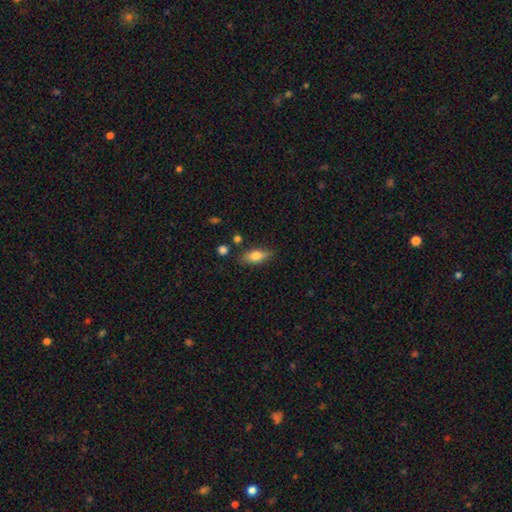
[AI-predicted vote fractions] A smooth galaxy with no disk features (75%) that is in between round and cigar-shaped (78%). Merging: none (80%).